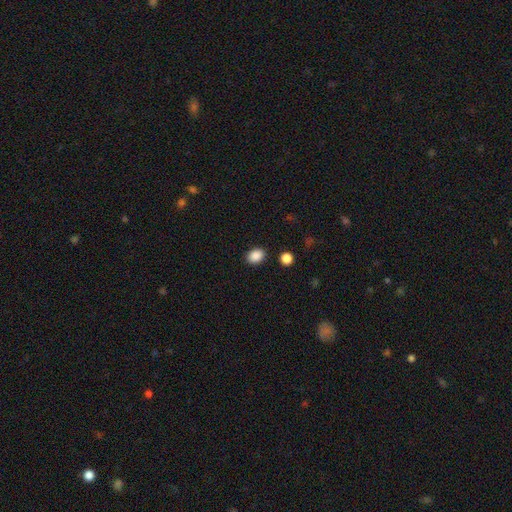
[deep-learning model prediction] smooth_or_featured: smooth (p=0.88) [alt: star or artifact p=0.09]
how_rounded: in between (p=0.67) [alt: round p=0.32]
merging: none (p=0.87) [alt: minor disturbance p=0.08]